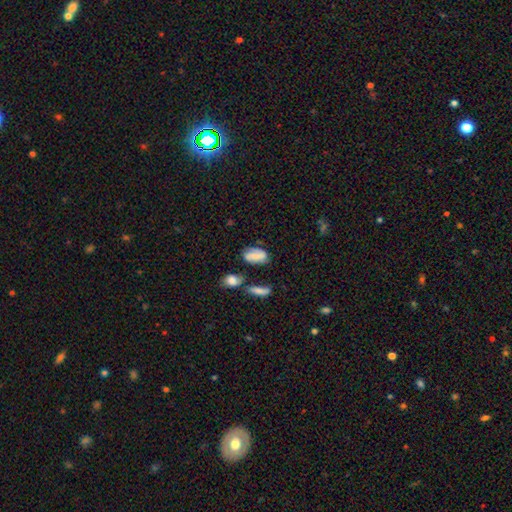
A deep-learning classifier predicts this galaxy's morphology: Smooth or featured?
  - smooth: 57% *
  - featured or disk: 33%
  - star or artifact: 10%
How rounded?
  - in between: 89% *
  - round: 6%
  - cigar-shaped: 5%
Merging?
  - none: 60% *
  - minor disturbance: 22%
  - merger: 10%
  - major disturbance: 8%